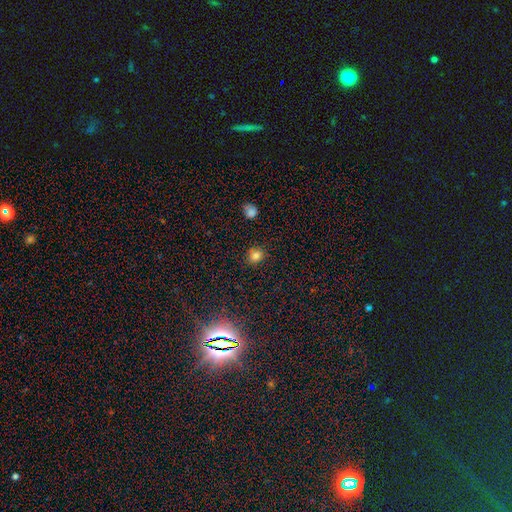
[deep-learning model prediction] This is clearly a smooth galaxy (80%). How rounded: clearly round (80%). Merging: clearly none (86%).